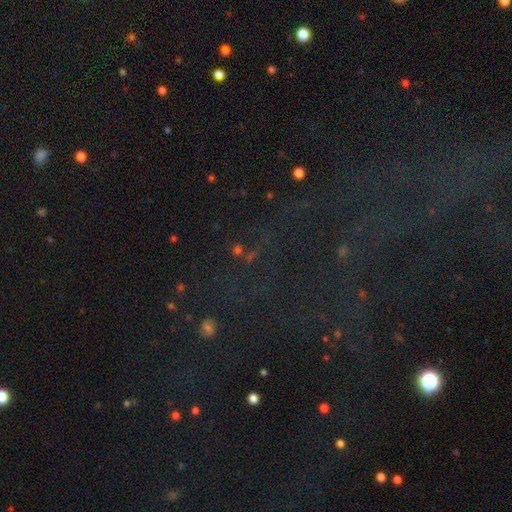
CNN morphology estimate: A star or artifact, not a galaxy (75%).